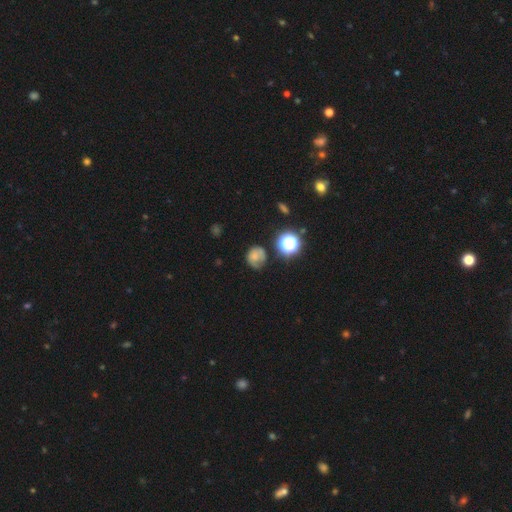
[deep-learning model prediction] smooth 63%, featured or disk 21%, star or artifact 16%. Down the decision tree: how rounded — round (78%); merging — none (52%).